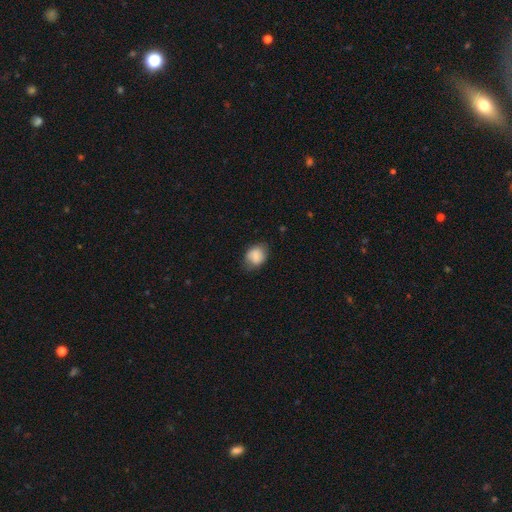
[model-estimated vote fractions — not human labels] Smooth or featured: smooth — 82% (featured or disk — 10%)
How rounded: round — 51% (in between — 48%)
Merging: none — 70% (minor disturbance — 23%)